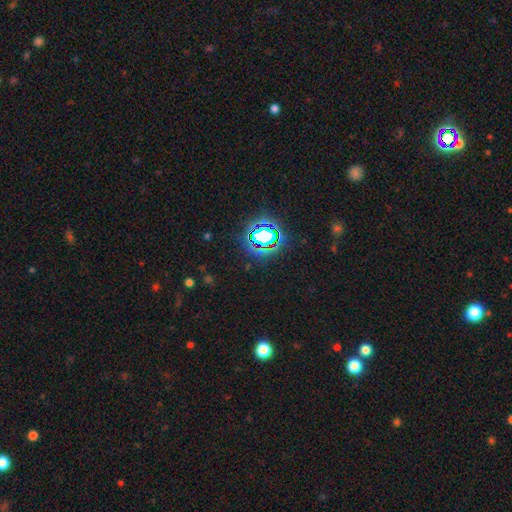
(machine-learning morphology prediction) This appears to be a star or artifact, not a galaxy (76%).